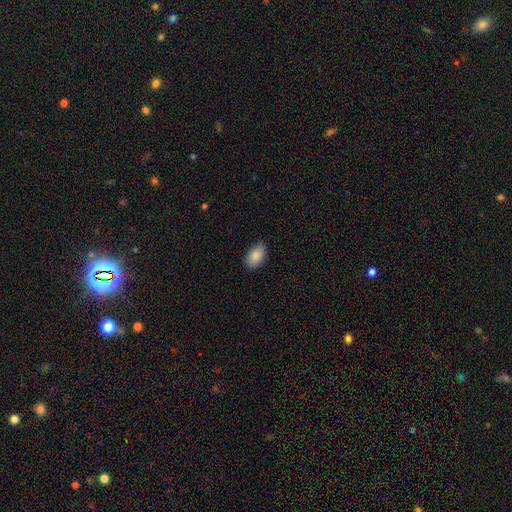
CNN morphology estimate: Smooth or featured: smooth — 87% (star or artifact — 7%)
How rounded: in between — 91% (round — 7%)
Merging: none — 77% (minor disturbance — 19%)